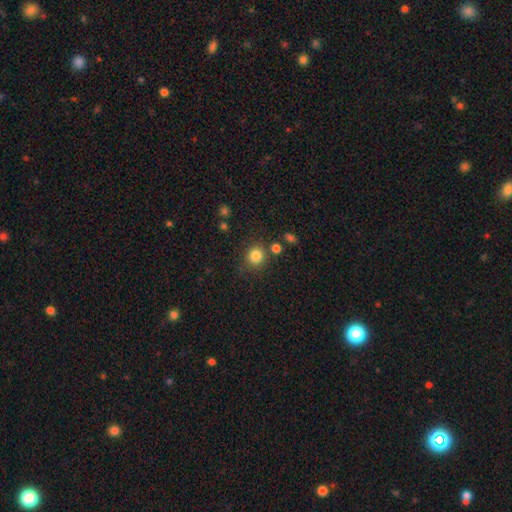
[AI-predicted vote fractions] Smooth or featured? Predicted: smooth (p=0.83). How rounded? Predicted: round (p=0.89). Merging? Predicted: none (p=0.82).